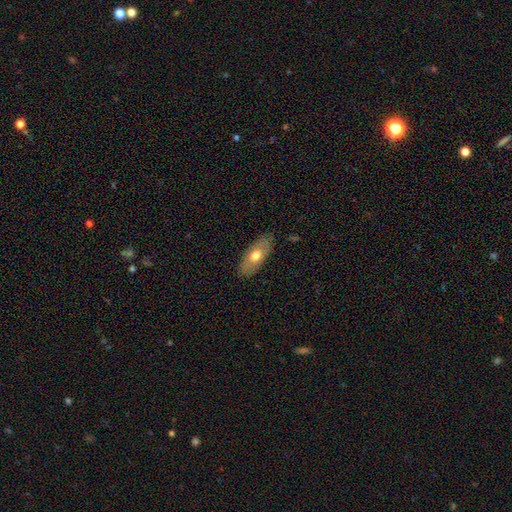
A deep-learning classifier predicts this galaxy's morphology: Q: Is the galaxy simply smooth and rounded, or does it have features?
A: smooth — 65%.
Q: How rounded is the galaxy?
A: in between — 82%.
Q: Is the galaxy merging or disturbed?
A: none — 83%.